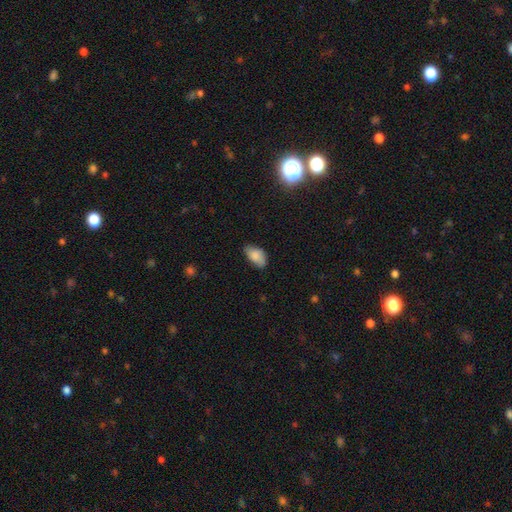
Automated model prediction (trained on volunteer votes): Smooth or featured? Predicted: smooth (p=0.85). How rounded? Predicted: in between (p=0.93). Merging? Predicted: none (p=0.70).